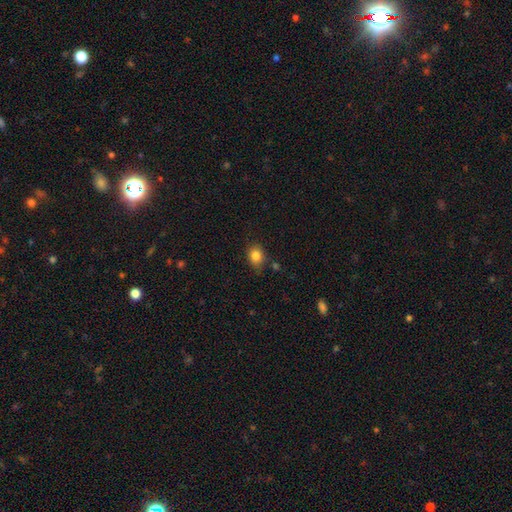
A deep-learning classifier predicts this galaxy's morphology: This is clearly a smooth galaxy (83%). How rounded: possibly round (55%). Merging: likely none (75%).